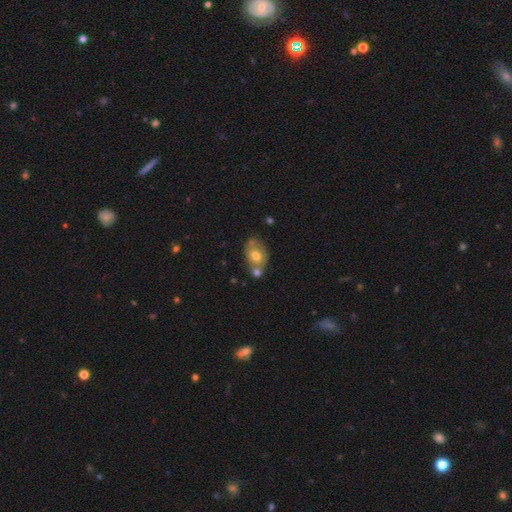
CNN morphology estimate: smooth 61%, featured or disk 30%, star or artifact 9%. Down the decision tree: how rounded — in between (73%); merging — none (45%).